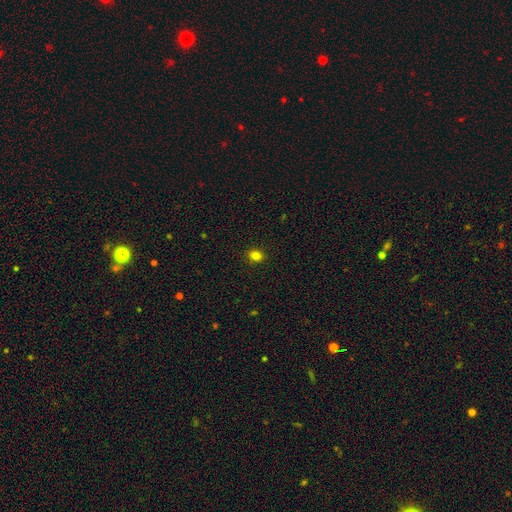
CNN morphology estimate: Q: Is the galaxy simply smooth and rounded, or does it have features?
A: smooth — 82%.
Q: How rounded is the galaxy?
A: round — 60%.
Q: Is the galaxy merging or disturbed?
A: none — 90%.